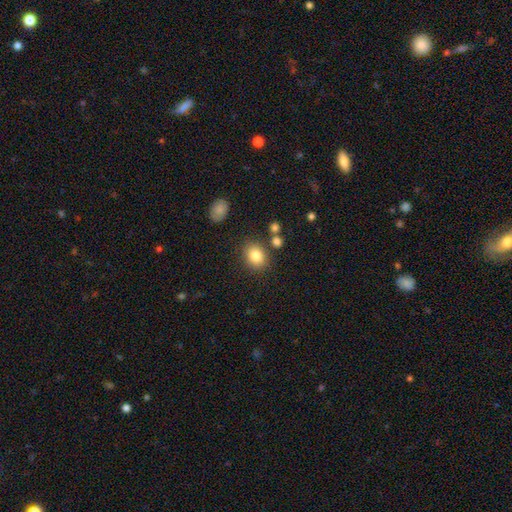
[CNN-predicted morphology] Smooth or featured: smooth — 83% (star or artifact — 10%)
How rounded: round — 52% (in between — 47%)
Merging: none — 80% (minor disturbance — 11%)